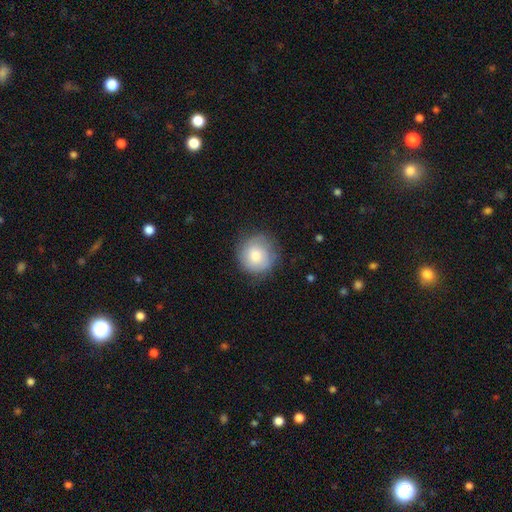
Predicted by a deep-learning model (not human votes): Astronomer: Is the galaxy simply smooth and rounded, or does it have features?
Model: smooth — 72%.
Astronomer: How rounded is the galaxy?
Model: round — 93%.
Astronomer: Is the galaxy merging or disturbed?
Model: none — 76%.